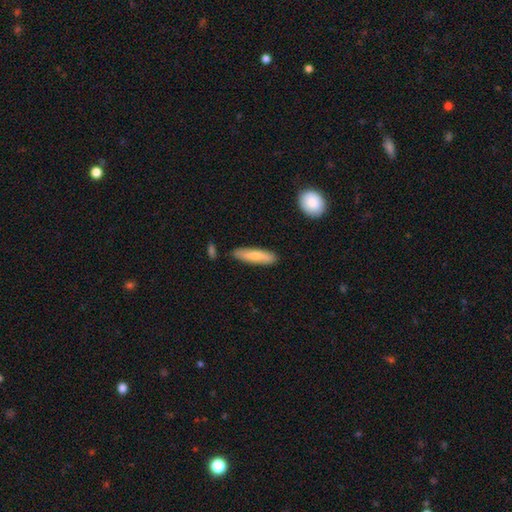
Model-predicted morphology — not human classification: This is likely a smooth galaxy (72%). How rounded: likely cigar-shaped (73%). Merging: clearly none (85%).